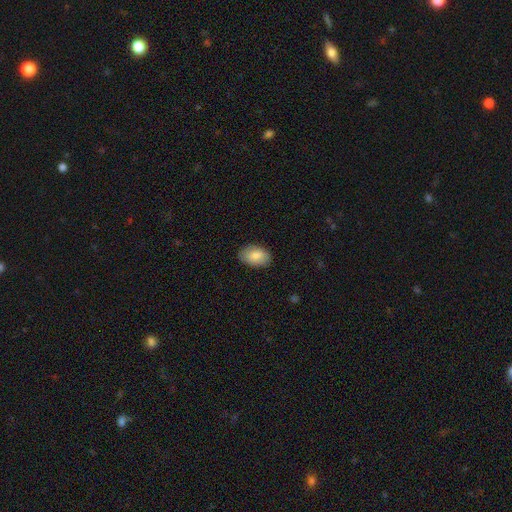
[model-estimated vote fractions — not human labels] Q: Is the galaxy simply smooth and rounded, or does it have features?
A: smooth — 85%.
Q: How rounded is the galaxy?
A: in between — 92%.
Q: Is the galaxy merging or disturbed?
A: none — 85%.